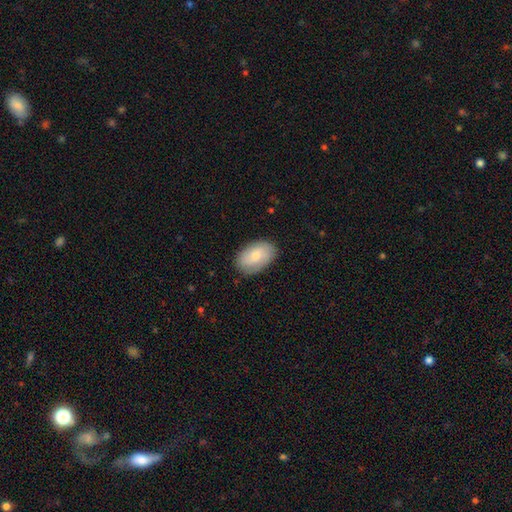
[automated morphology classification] type=smooth (71%); roundness=in between (91%); merging=none (84%).